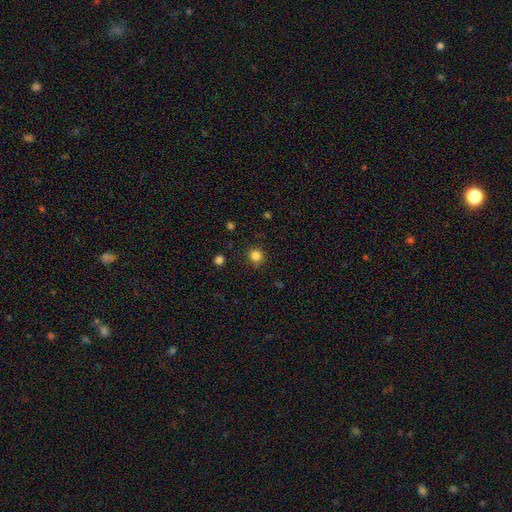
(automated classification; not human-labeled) The model was most divided on "smooth or featured": smooth: 83%, star or artifact: 13%, featured or disk: 4%. More confident: how rounded — round (92%); merging — none (89%).